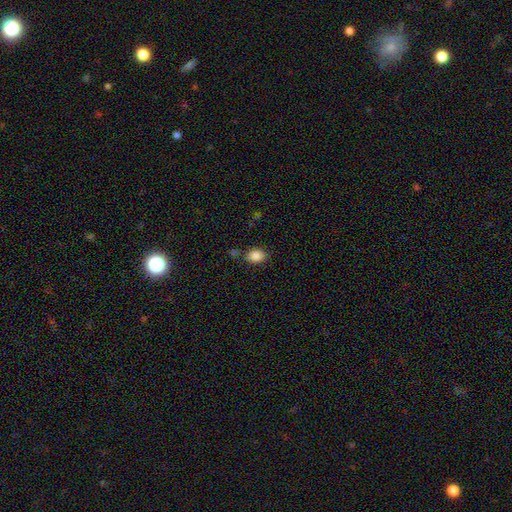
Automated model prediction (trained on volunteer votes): Morphology: type=smooth (87%); roundness=in between (72%); merging=none (75%).